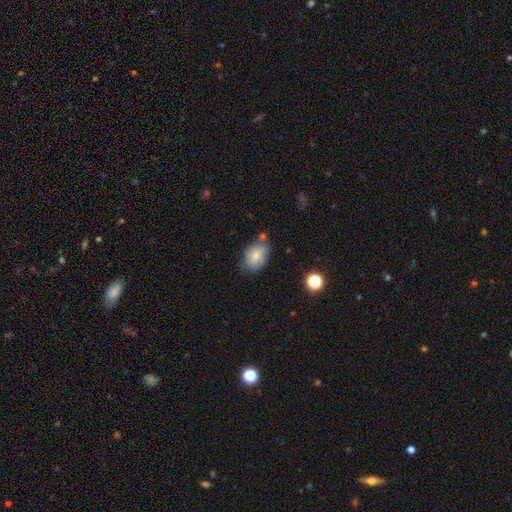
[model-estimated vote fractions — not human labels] Smooth or featured?
  - smooth: 78% *
  - featured or disk: 13%
  - star or artifact: 8%
How rounded?
  - in between: 78% *
  - round: 20%
  - cigar-shaped: 1%
Merging?
  - none: 56% *
  - minor disturbance: 26%
  - merger: 11%
  - major disturbance: 7%